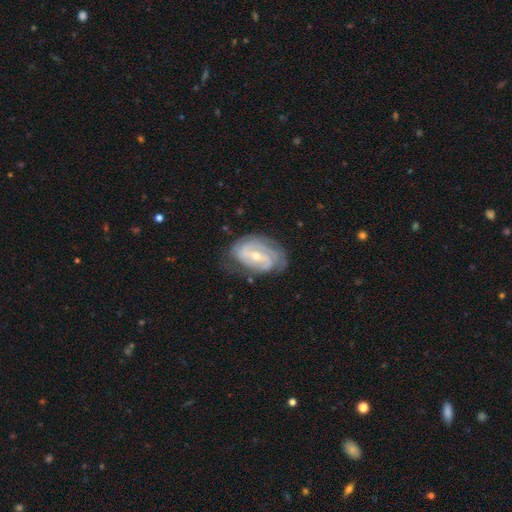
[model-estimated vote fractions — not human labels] Q: Smooth or featured?
A: featured or disk (85%); runner-up: smooth (9%)
Q: Edge-on disk?
A: no (96%); runner-up: yes (4%)
Q: Bar?
A: weak (47%); runner-up: strong (31%)
Q: Spiral arms?
A: yes (95%); runner-up: no (5%)
Q: Spiral winding?
A: tight (57%); runner-up: medium (33%)
Q: Spiral arm count?
A: 2 (50%); runner-up: can't tell (22%)
Q: Bulge size?
A: small (53%); runner-up: moderate (44%)
Q: Merging?
A: none (69%); runner-up: minor disturbance (22%)